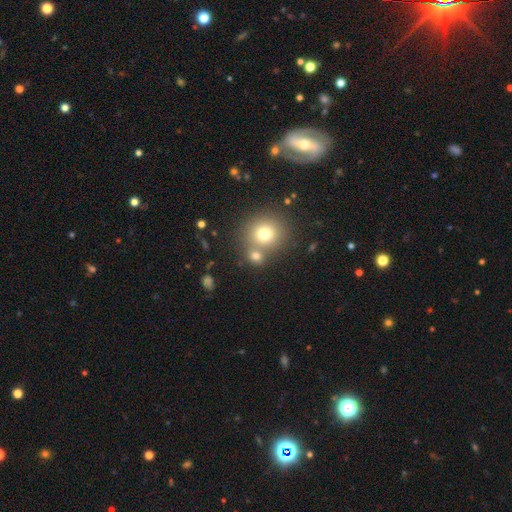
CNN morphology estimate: Smooth or featured? smooth (74%)
How rounded? round (81%)
Merging? none (52%)